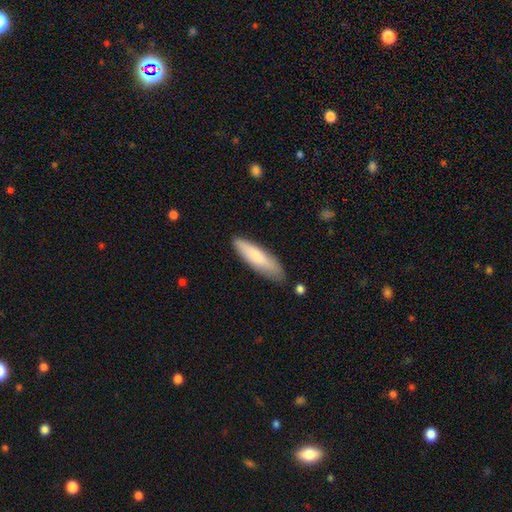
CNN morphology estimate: A smooth galaxy with no disk features (80%) that is cigar-shaped (68%).

Vote fractions:
- Smooth or featured? smooth: 80% / featured or disk: 14% / star or artifact: 5%
- How rounded? cigar-shaped: 68% / in between: 30% / round: 1%
- Merging? none: 76% / minor disturbance: 19% / major disturbance: 3% / merger: 2%